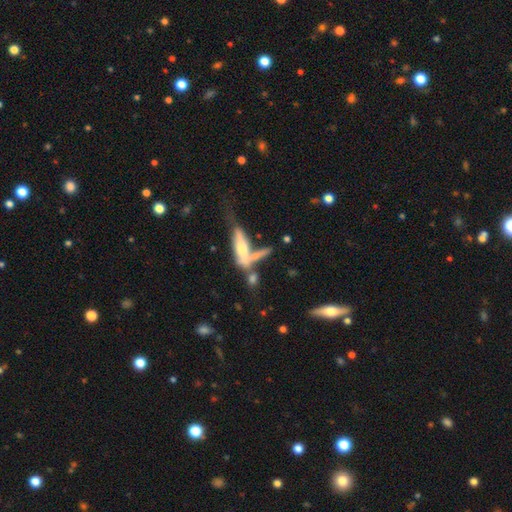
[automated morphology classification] Smooth or featured? smooth (49%)
Merging? merger (44%)